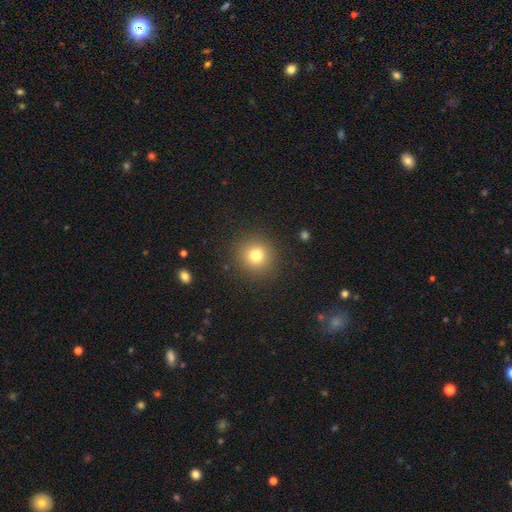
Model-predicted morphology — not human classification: A smooth galaxy with no disk features (78%) that is round (92%).

Vote fractions:
- Smooth or featured? smooth: 78% / star or artifact: 13% / featured or disk: 8%
- How rounded? round: 92% / in between: 7% / cigar-shaped: 1%
- Merging? none: 89% / minor disturbance: 7% / major disturbance: 3% / merger: 1%